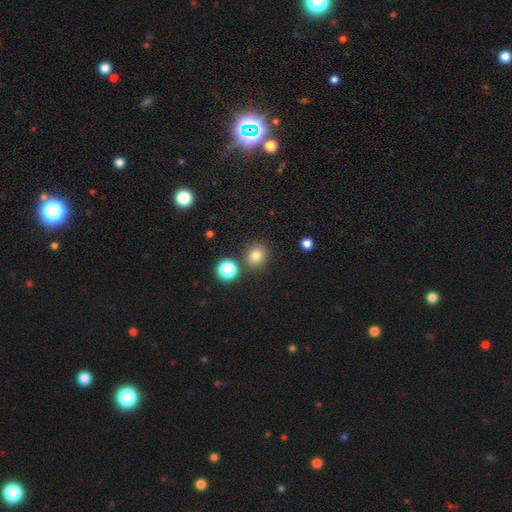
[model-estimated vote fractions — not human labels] A smooth galaxy with no disk features (79%) that is round (81%).

Vote fractions:
- Smooth or featured? smooth: 79% / star or artifact: 14% / featured or disk: 6%
- How rounded? round: 81% / in between: 18% / cigar-shaped: 1%
- Merging? none: 81% / merger: 8% / minor disturbance: 8% / major disturbance: 3%